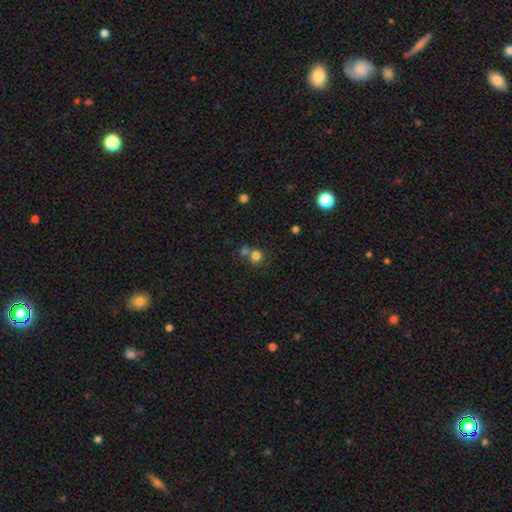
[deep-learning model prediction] Smooth or featured? smooth (77%)
How rounded? round (89%)
Merging? none (56%)